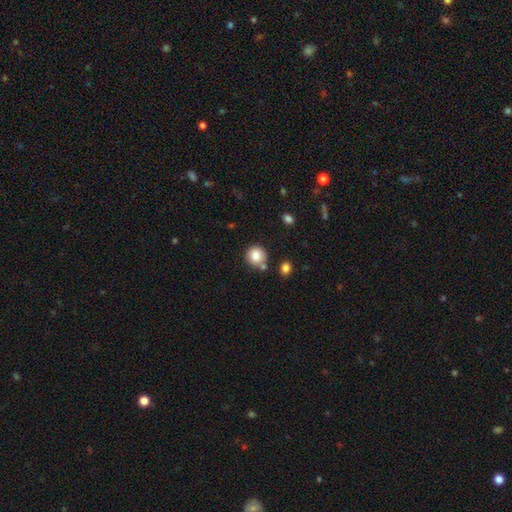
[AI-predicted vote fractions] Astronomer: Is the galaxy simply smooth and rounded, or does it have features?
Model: smooth — 82%.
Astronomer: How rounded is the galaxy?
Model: round — 91%.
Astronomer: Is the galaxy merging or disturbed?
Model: none — 74%.